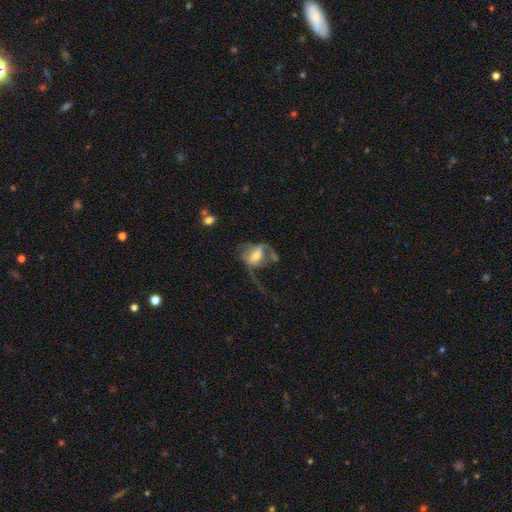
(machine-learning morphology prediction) Overall: smooth (49%; featured or disk 43%). Merging: major disturbance (55%; none 21%).